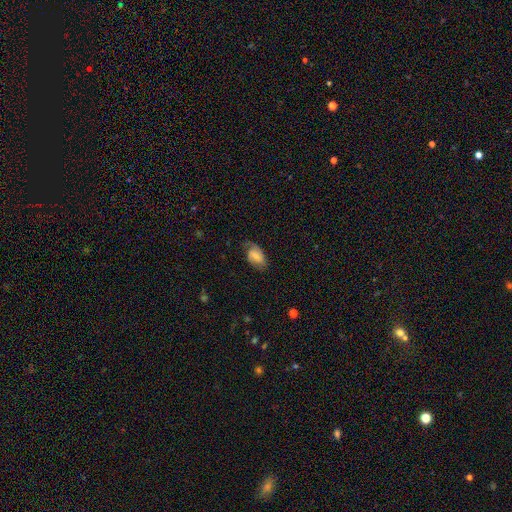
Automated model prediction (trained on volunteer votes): Smooth or featured: smooth — 53% (featured or disk — 39%)
How rounded: in between — 90% (round — 7%)
Merging: none — 56% (minor disturbance — 28%)